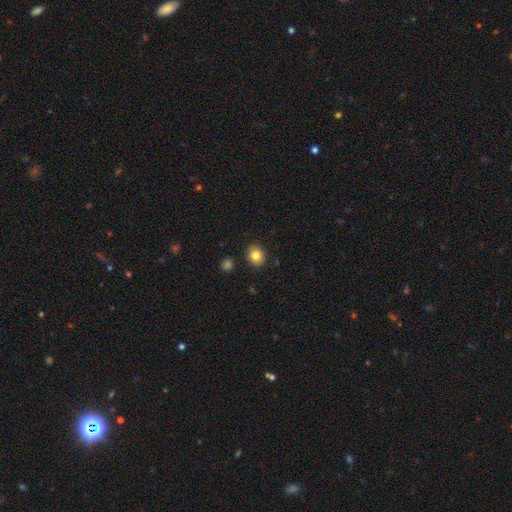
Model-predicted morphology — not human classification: A smooth galaxy with no disk features (83%) that is round (61%). Merging: none (89%).